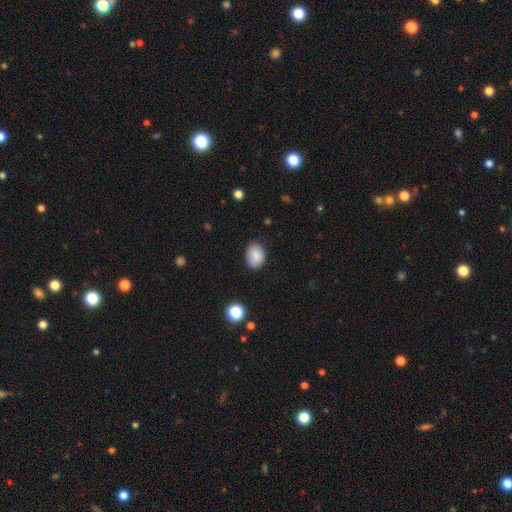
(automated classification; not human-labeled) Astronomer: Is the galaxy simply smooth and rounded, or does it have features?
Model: smooth — 87%.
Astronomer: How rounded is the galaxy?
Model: in between — 70%.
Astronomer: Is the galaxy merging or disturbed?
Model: none — 82%.